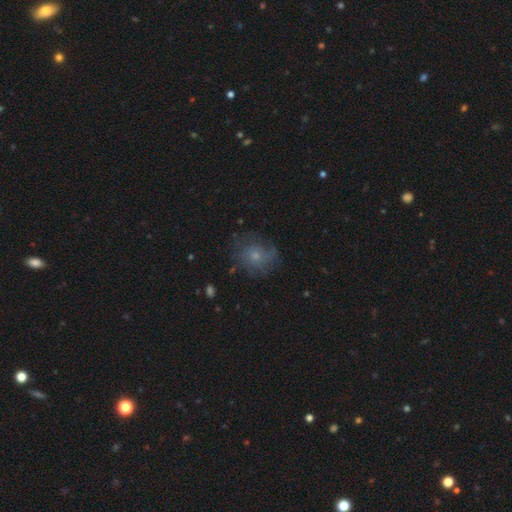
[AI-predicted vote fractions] A smooth galaxy with no disk features (45%). Merging: none (63%).